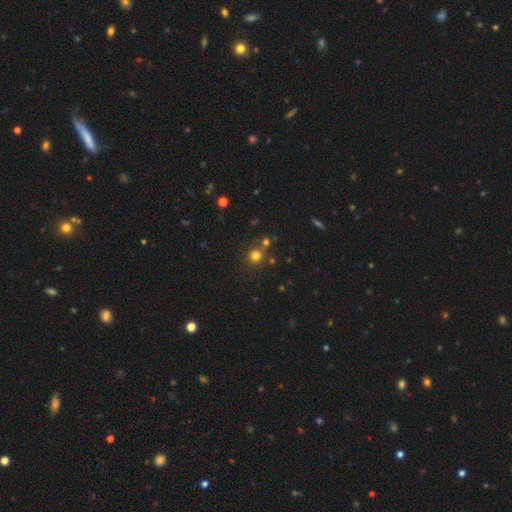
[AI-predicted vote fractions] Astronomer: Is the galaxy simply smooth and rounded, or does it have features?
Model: smooth — 76%.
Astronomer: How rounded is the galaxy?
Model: round — 90%.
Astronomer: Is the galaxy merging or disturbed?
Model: none — 72%.